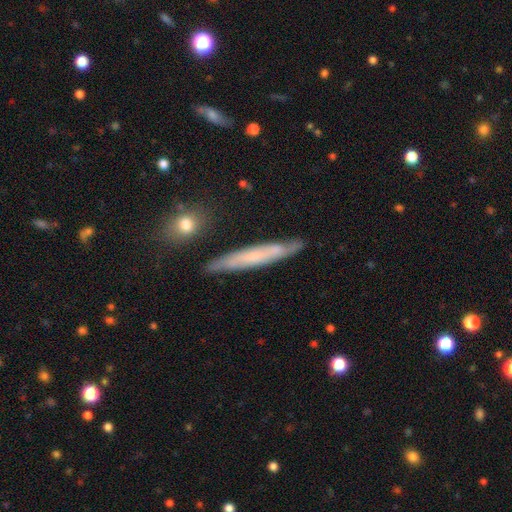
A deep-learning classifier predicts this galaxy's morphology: A featured or disk galaxy (52%) viewed edge-on (77%). Merging: none (82%).